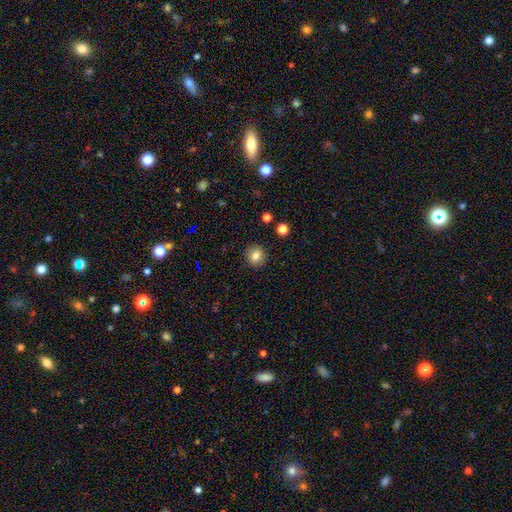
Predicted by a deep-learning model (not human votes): Smooth or featured?
  - smooth: 82% *
  - star or artifact: 11%
  - featured or disk: 7%
How rounded?
  - round: 82% *
  - in between: 17%
  - cigar-shaped: 1%
Merging?
  - none: 90% *
  - minor disturbance: 7%
  - major disturbance: 2%
  - merger: 1%